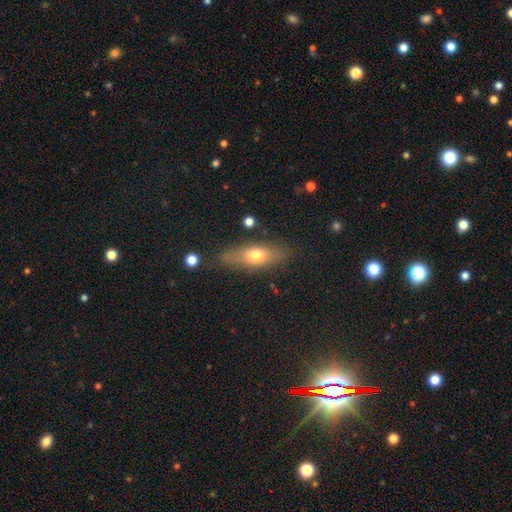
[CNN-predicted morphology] A smooth galaxy with no disk features (61%) that is in between round and cigar-shaped (57%). Merging: none (81%).